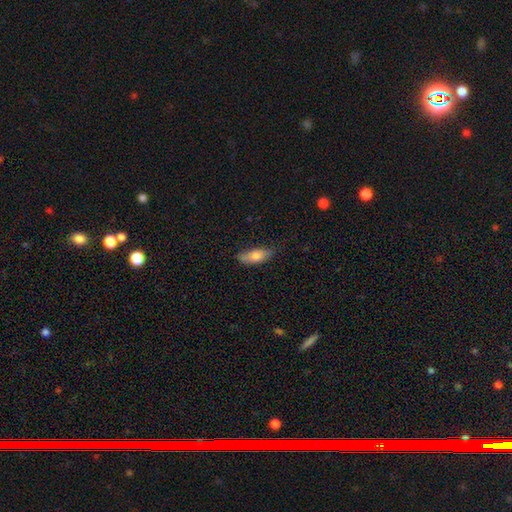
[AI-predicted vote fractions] The model was most divided on "how rounded": in between: 70%, cigar-shaped: 28%, round: 2%. More confident: smooth or featured — smooth (77%); merging — none (72%).